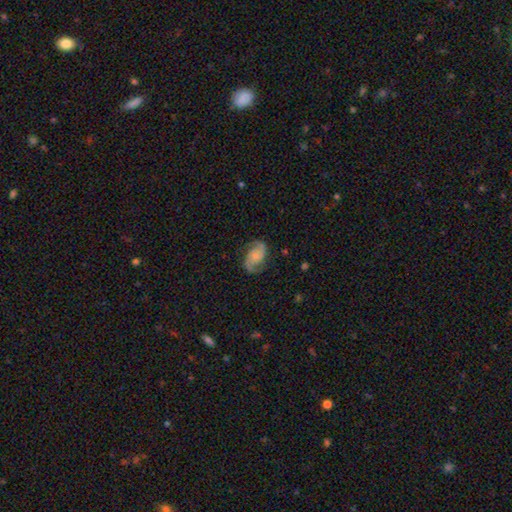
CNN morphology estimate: smooth-or-featured: featured or disk: 82% | smooth: 12% | star or artifact: 6%
  disk-edge-on: no: 98% | yes: 2%
    bar: no: 66% | weak: 27% | strong: 6%
    has-spiral-arms: yes: 97% | no: 3%
      spiral-winding: medium: 49% | loose: 32% | tight: 19%
      spiral-arm-count: 2: 93% | can't tell: 2% | 1: 2% | 3: 1% | 4: 1% | more than 4: 1%
    bulge-size: small: 44% | none: 30% | moderate: 18% | large: 5% | dominant: 2%
  merging: none: 77% | minor disturbance: 15% | major disturbance: 7% | merger: 1%